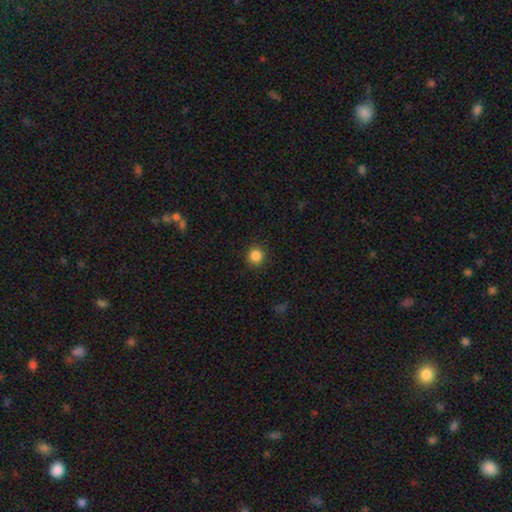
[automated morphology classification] Smooth or featured: smooth — 86% (star or artifact — 11%)
How rounded: round — 94% (in between — 5%)
Merging: none — 92% (minor disturbance — 5%)